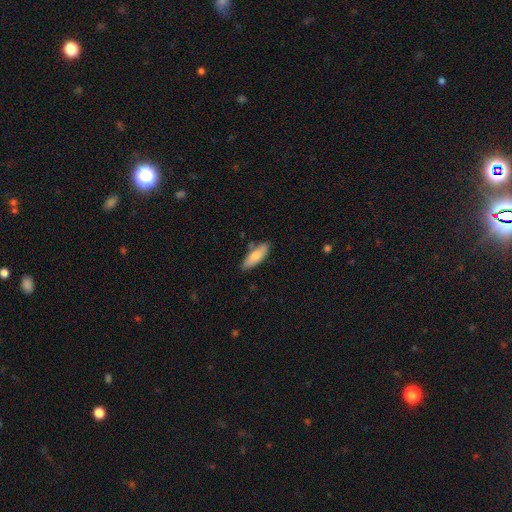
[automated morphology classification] A smooth galaxy with no disk features (77%) that is in between round and cigar-shaped (63%).

Vote fractions:
- Smooth or featured? smooth: 77% / featured or disk: 17% / star or artifact: 6%
- How rounded? in between: 63% / cigar-shaped: 35% / round: 2%
- Merging? none: 76% / minor disturbance: 16% / merger: 6% / major disturbance: 3%